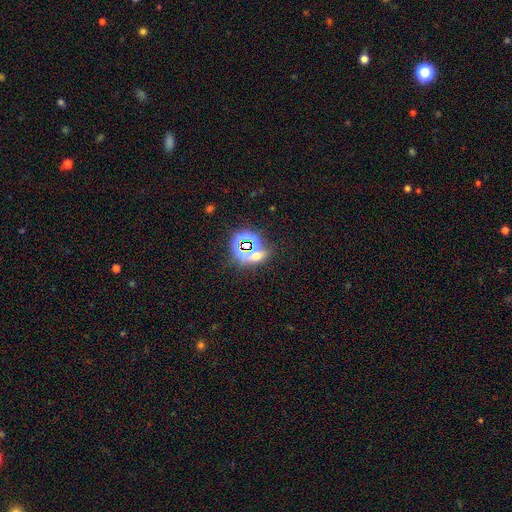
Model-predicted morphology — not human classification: Smooth or featured? Predicted: star or artifact (p=0.59).